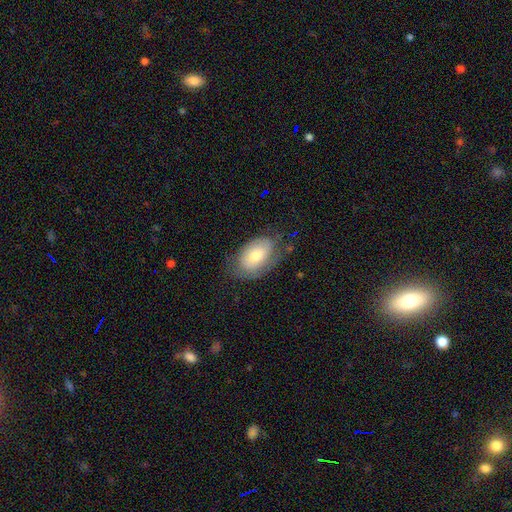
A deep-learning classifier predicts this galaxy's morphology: The model was most divided on "smooth or featured": smooth: 54%, featured or disk: 38%, star or artifact: 7%. More confident: how rounded — in between (90%); merging — none (59%).